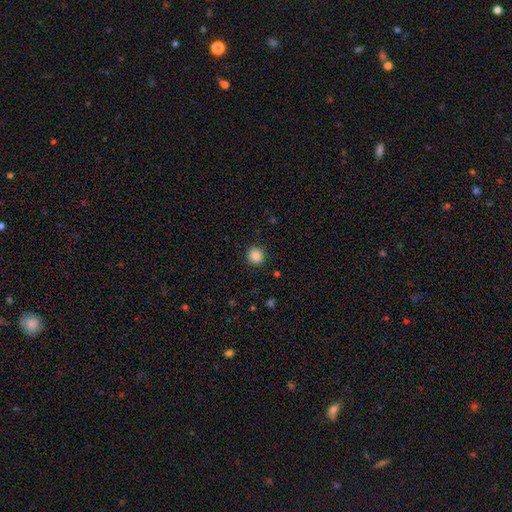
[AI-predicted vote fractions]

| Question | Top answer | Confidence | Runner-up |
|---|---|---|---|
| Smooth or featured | smooth | 86% | star or artifact (10%) |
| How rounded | round | 92% | in between (7%) |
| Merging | none | 92% | minor disturbance (5%) |